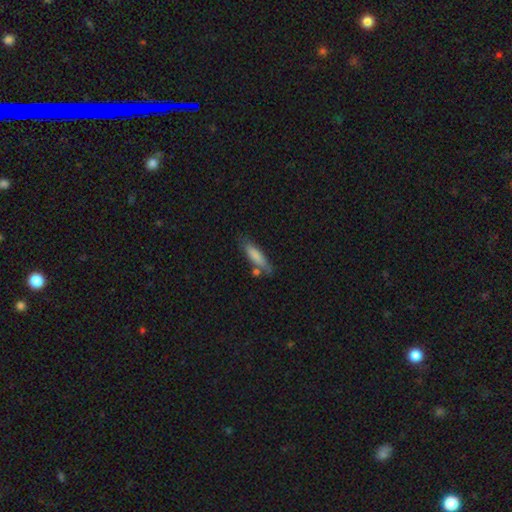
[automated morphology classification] The model was most divided on "how rounded": cigar-shaped: 61%, in between: 37%, round: 2%. More confident: smooth or featured — smooth (79%); merging — none (65%).